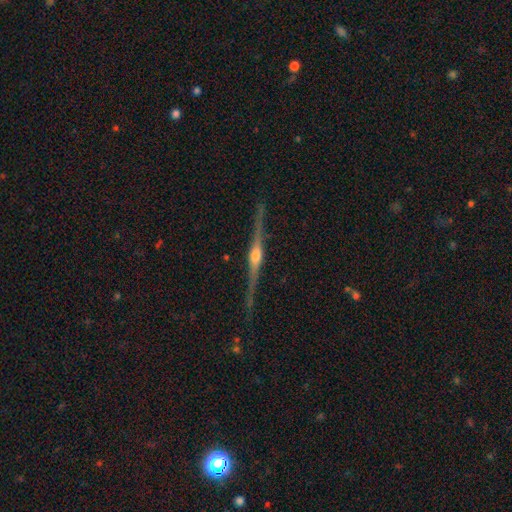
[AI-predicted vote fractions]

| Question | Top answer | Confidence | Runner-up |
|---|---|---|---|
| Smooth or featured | featured or disk | 87% | smooth (7%) |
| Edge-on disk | yes | 98% | no (2%) |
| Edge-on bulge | rounded | 92% | boxy (5%) |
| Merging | none | 87% | minor disturbance (10%) |